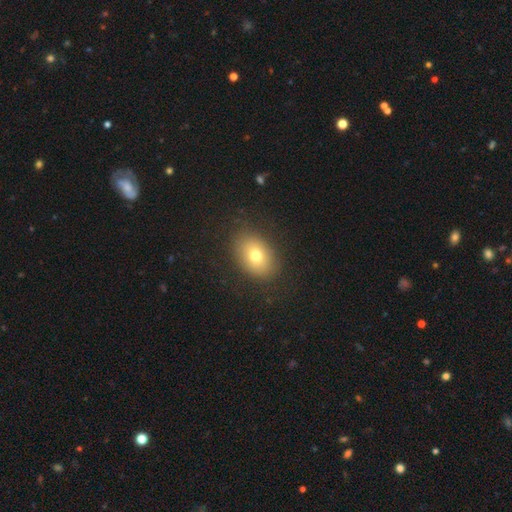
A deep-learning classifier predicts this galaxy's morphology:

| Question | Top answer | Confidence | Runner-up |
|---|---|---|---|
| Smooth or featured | smooth | 74% | featured or disk (15%) |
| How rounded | in between | 71% | round (28%) |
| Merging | none | 84% | minor disturbance (10%) |